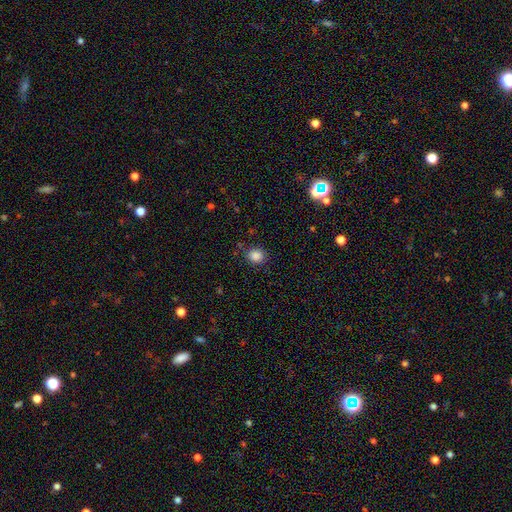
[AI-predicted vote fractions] Smooth or featured? smooth (86%)
How rounded? round (74%)
Merging? none (85%)